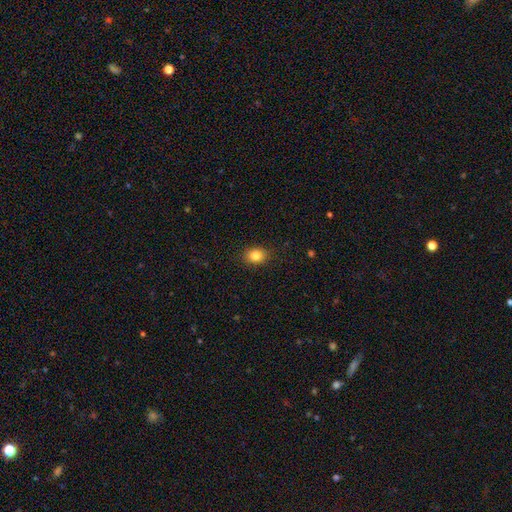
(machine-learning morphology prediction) This appears to be a smooth galaxy with no disk features (85%) that is in between round and cigar-shaped (55%). Merging: none (87%).